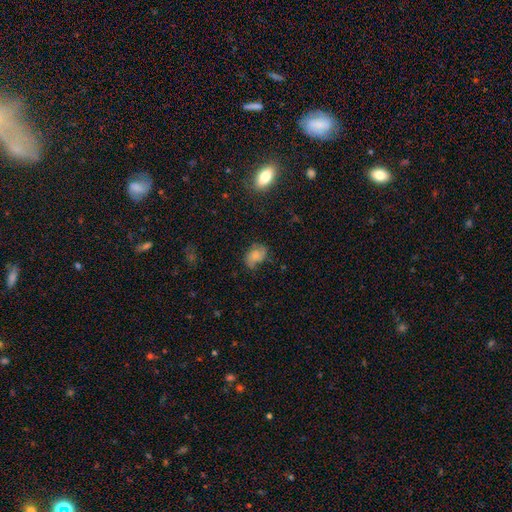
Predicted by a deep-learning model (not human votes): This is likely a smooth galaxy (62%). How rounded: likely in between (77%). Merging: possibly none (52%).